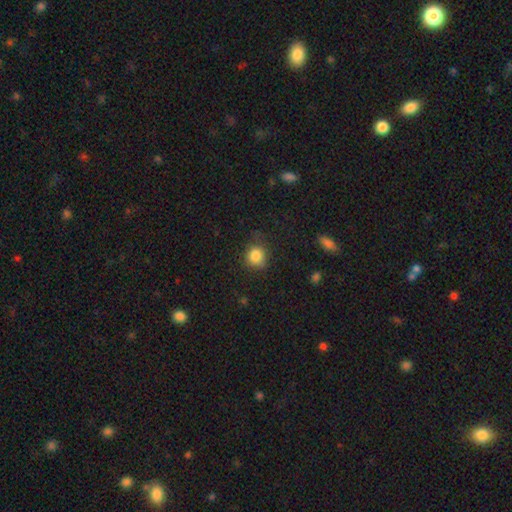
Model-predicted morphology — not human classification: Smooth or featured: smooth — 84% (star or artifact — 11%)
How rounded: round — 82% (in between — 17%)
Merging: none — 72% (minor disturbance — 21%)